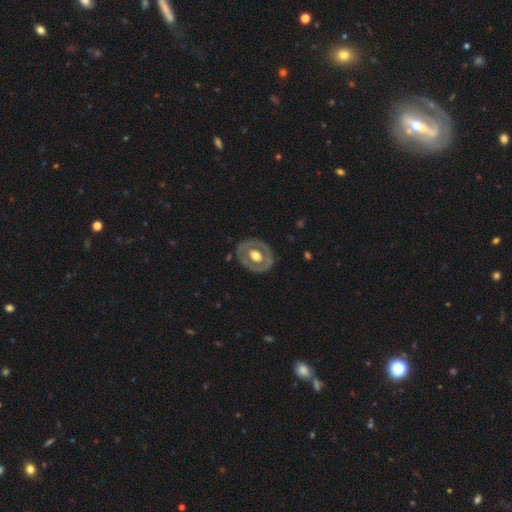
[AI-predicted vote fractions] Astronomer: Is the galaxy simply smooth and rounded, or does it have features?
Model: featured or disk — 61%.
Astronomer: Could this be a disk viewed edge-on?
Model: no — 93%.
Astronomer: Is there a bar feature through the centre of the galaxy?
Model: no — 80%.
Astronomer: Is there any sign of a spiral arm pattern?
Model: no — 87%.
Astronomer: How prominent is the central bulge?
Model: moderate — 55% (runner-up: large, 38%).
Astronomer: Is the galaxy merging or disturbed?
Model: none — 79%.